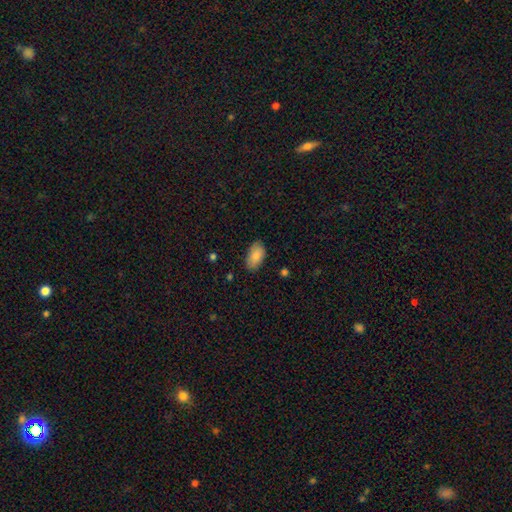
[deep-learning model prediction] This appears to be a smooth galaxy with no disk features (87%) that is in between round and cigar-shaped (94%). Merging: none (80%).